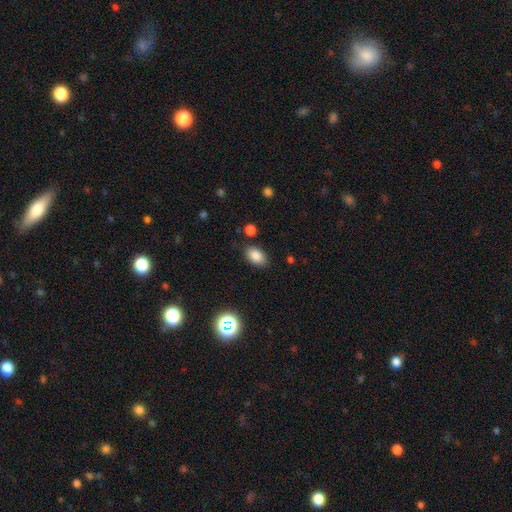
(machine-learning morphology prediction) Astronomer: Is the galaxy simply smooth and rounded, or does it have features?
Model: smooth — 84%.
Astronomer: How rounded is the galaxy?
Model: in between — 87%.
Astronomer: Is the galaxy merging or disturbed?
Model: none — 83%.